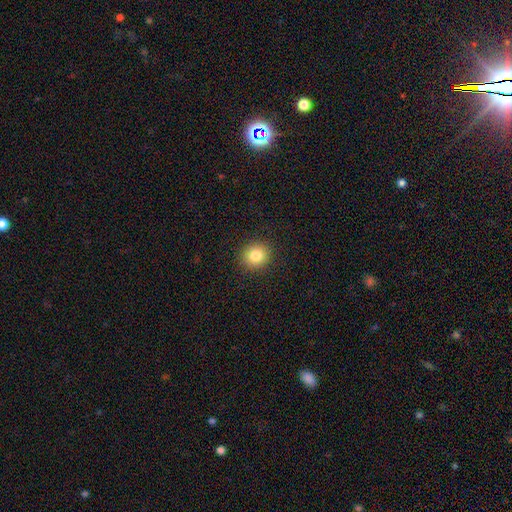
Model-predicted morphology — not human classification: Overall: smooth (83%). How rounded: round (84%). Merging: none (91%).